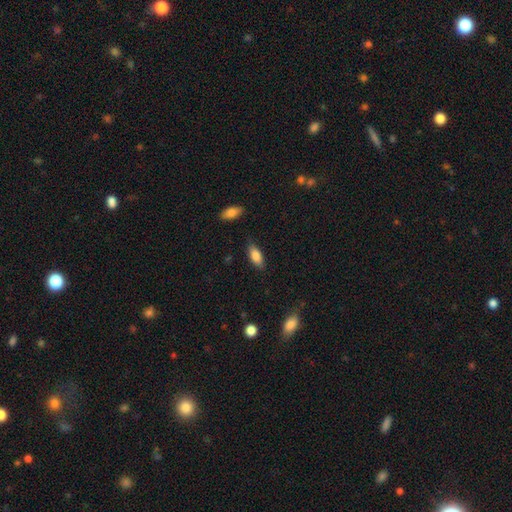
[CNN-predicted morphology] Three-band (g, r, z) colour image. It shows a smooth galaxy with no disk features (83%) that is in between round and cigar-shaped (84%). Merging: none (82%).